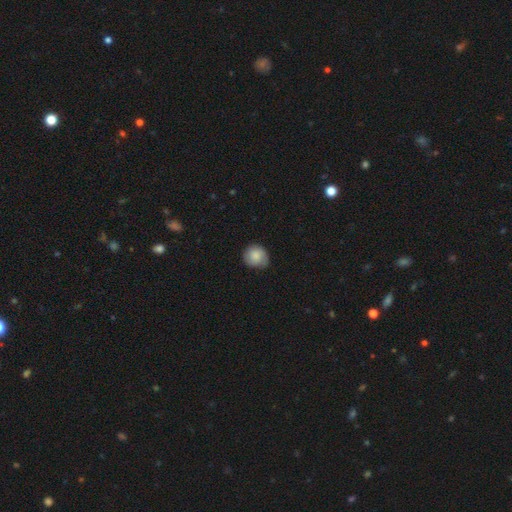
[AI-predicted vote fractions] This appears to be a smooth galaxy with no disk features (79%) that is round (84%). Merging: none (71%).